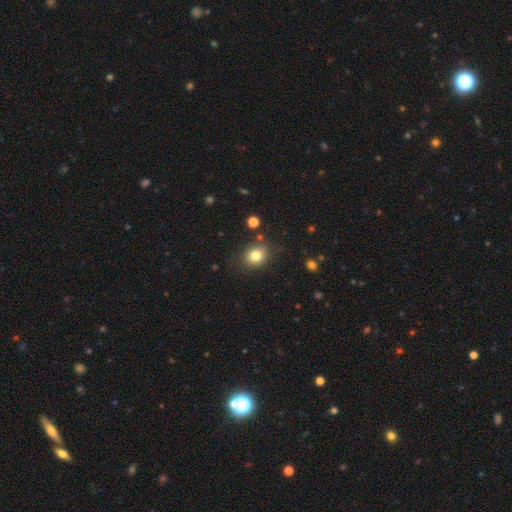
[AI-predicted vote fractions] Overall: smooth (80%). How rounded: round (56%; in between 43%). Merging: none (79%).